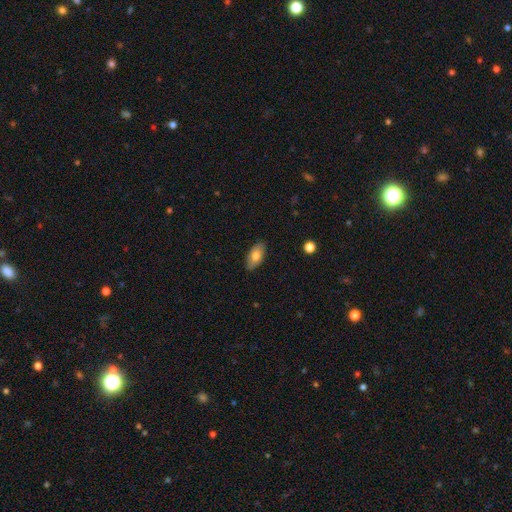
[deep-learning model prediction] smooth-or-featured: smooth: 72% | featured or disk: 21% | star or artifact: 6%
  how-rounded: in between: 92% | cigar-shaped: 5% | round: 3%
  merging: none: 87% | minor disturbance: 10% | major disturbance: 2% | merger: 1%